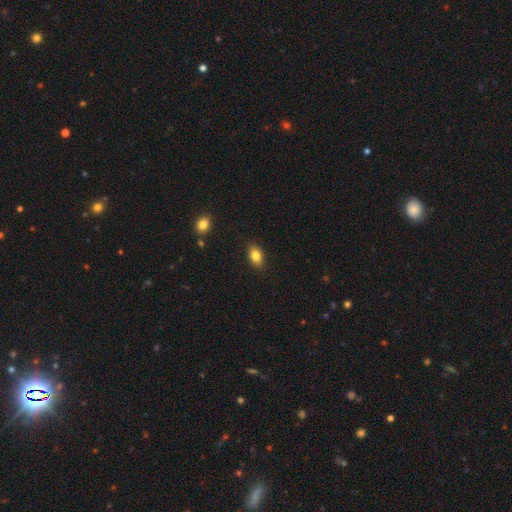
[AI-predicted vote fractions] smooth_or_featured: smooth (p=0.83) [alt: star or artifact p=0.09]
how_rounded: in between (p=0.86) [alt: round p=0.12]
merging: none (p=0.88) [alt: minor disturbance p=0.09]